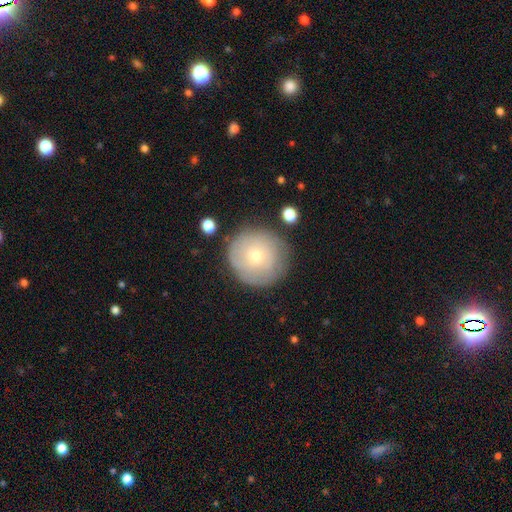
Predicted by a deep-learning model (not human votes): The model was most divided on "smooth or featured": smooth: 56%, featured or disk: 37%, star or artifact: 7%. More confident: how rounded — round (94%); merging — none (78%).